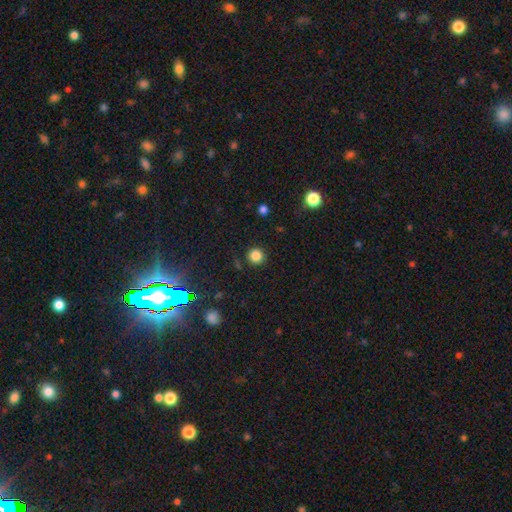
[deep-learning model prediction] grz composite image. It shows a smooth galaxy with no disk features (83%) that is round (94%). Merging: none (89%).